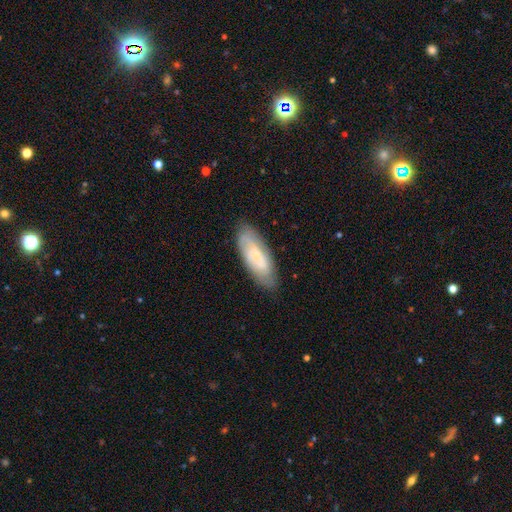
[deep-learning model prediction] Smooth or featured?
  - smooth: 51% *
  - featured or disk: 41%
  - star or artifact: 8%
How rounded?
  - in between: 64% *
  - cigar-shaped: 34%
  - round: 2%
Merging?
  - none: 80% *
  - minor disturbance: 15%
  - major disturbance: 3%
  - merger: 1%